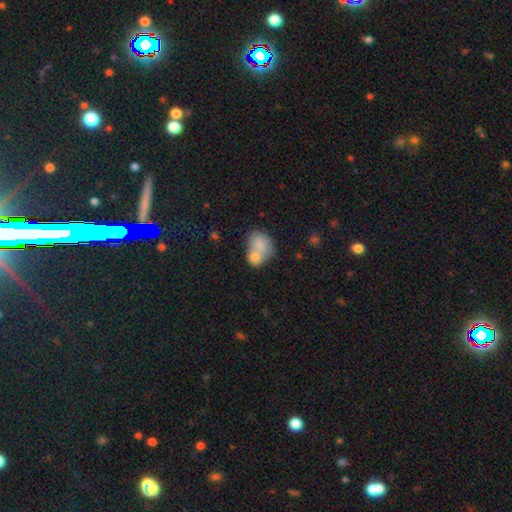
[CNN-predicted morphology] smooth-or-featured: smooth: 76% | featured or disk: 16% | star or artifact: 8%
  how-rounded: in between: 60% | round: 38% | cigar-shaped: 1%
  merging: merger: 63% | none: 22% | minor disturbance: 9% | major disturbance: 5%